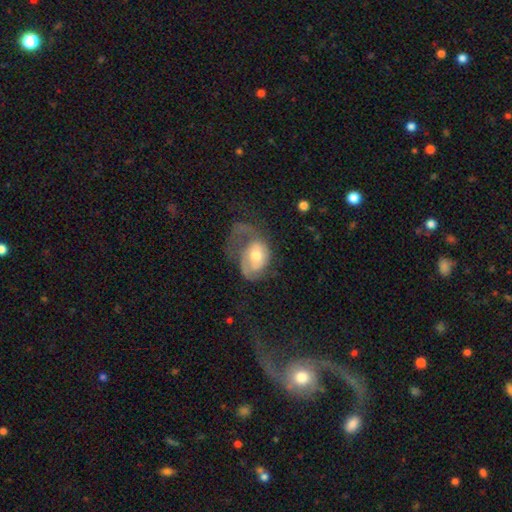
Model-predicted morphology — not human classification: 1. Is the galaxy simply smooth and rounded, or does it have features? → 58% featured or disk, 35% smooth, 7% star or artifact.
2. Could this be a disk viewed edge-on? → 96% no, 4% yes.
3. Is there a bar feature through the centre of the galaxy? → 75% no, 21% weak, 4% strong.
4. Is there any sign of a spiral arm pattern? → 70% yes, 30% no.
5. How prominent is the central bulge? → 68% moderate, 16% small, 13% large, 2% dominant, 1% none.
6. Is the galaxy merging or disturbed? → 56% major disturbance, 21% none, 19% minor disturbance, 3% merger.